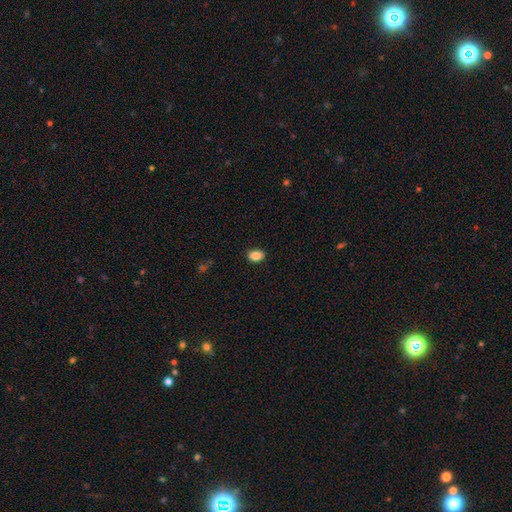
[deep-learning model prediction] Smooth or featured: smooth — 87% (star or artifact — 9%)
How rounded: in between — 75% (round — 24%)
Merging: none — 89% (minor disturbance — 8%)